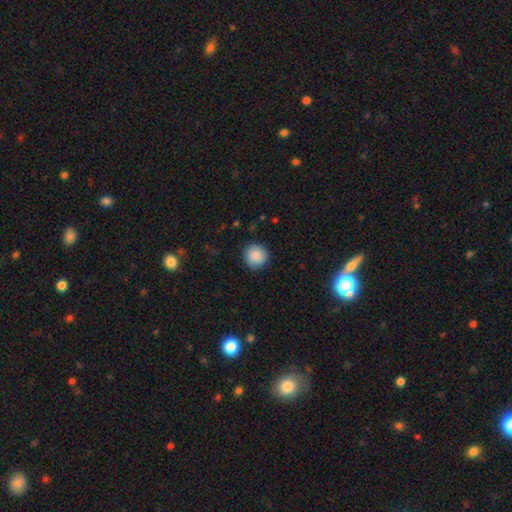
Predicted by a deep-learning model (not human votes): This appears to be a smooth galaxy with no disk features (89%) that is round (93%). Merging: none (88%).